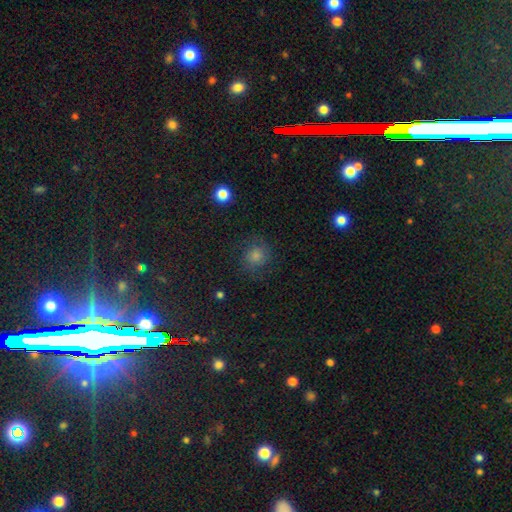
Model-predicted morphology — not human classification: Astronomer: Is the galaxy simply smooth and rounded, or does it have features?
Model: smooth — 50% (runner-up: star or artifact, 28%).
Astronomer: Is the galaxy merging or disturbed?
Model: none — 78%.